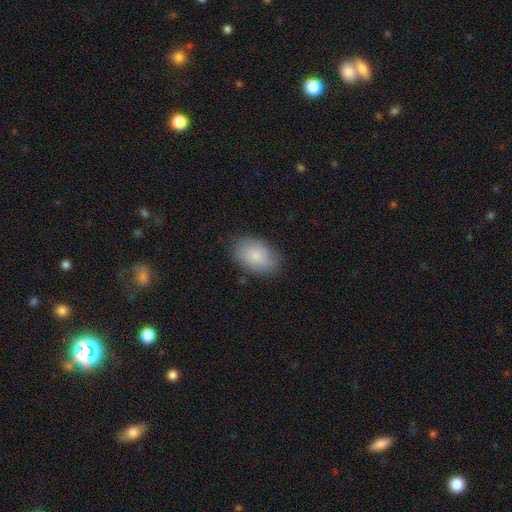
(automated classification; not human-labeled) Smooth or featured? Predicted: smooth (p=0.82). How rounded? Predicted: in between (p=0.89). Merging? Predicted: none (p=0.80).